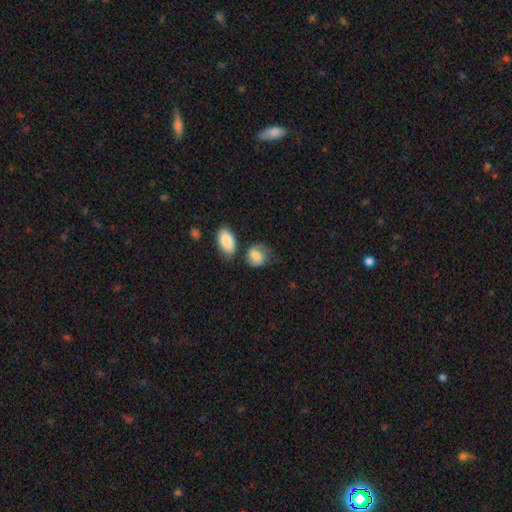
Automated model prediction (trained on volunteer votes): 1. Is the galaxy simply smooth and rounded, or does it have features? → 77% smooth, 16% featured or disk, 7% star or artifact.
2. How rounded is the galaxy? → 56% round, 43% in between, 1% cigar-shaped.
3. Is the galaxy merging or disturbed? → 51% none, 26% minor disturbance, 12% merger, 10% major disturbance.